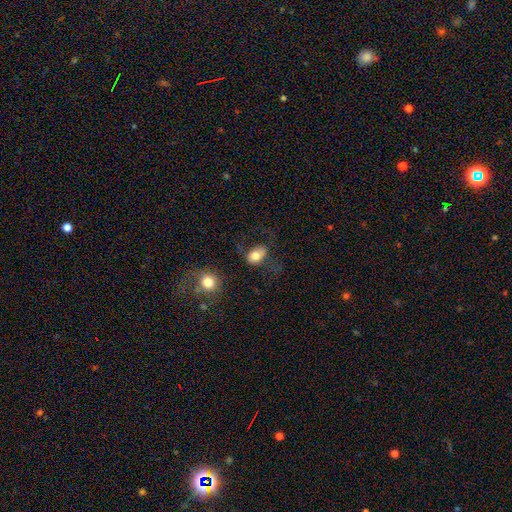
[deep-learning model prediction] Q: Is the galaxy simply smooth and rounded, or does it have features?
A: smooth — 75%.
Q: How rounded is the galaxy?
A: in between — 70%.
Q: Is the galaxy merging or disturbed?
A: none — 42%.